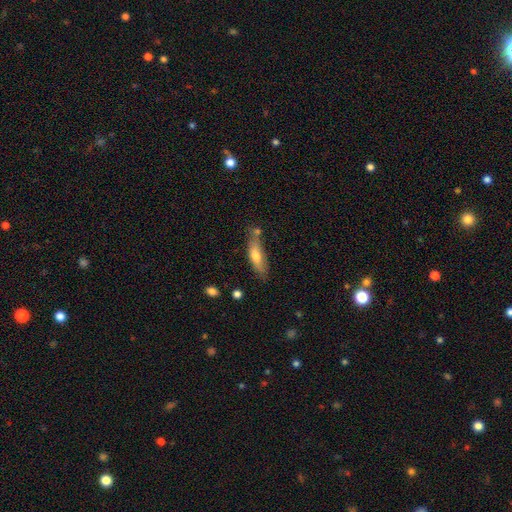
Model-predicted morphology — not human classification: smooth_or_featured: smooth (p=0.65) [alt: featured or disk p=0.28]
how_rounded: cigar-shaped (p=0.61) [alt: in between p=0.37]
merging: none (p=0.63) [alt: minor disturbance p=0.21]